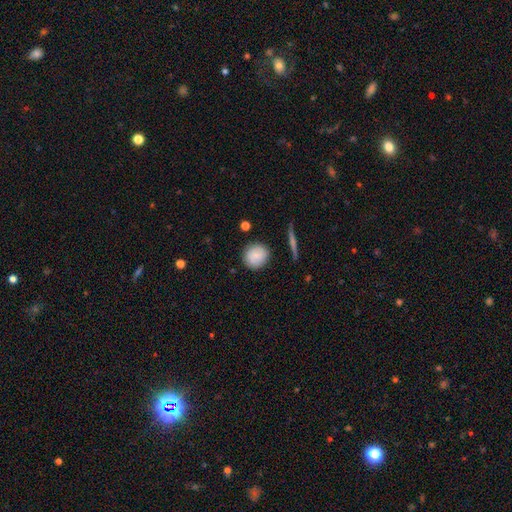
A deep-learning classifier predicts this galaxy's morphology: The model was most divided on "smooth or featured": smooth: 83%, featured or disk: 10%, star or artifact: 7%. More confident: how rounded — round (88%); merging — none (87%).